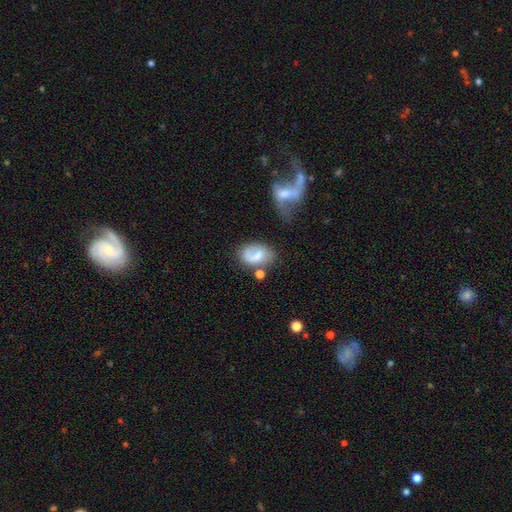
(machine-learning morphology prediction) smooth_or_featured: smooth (p=0.56) [alt: featured or disk p=0.35]
how_rounded: in between (p=0.80) [alt: round p=0.18]
merging: none (p=0.51) [alt: minor disturbance p=0.24]